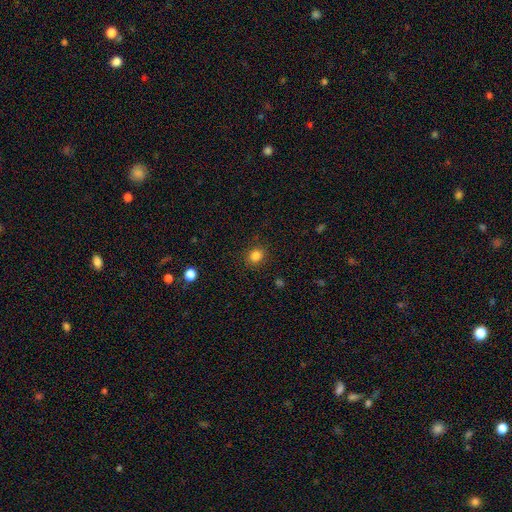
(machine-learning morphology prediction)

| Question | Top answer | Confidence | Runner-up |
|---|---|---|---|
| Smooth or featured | smooth | 84% | star or artifact (12%) |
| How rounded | round | 78% | in between (21%) |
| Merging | none | 88% | minor disturbance (8%) |